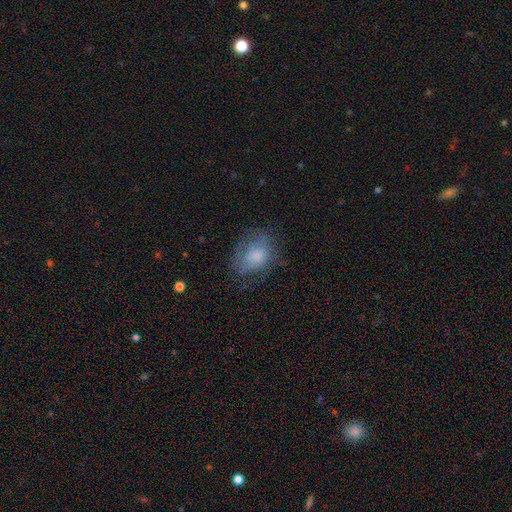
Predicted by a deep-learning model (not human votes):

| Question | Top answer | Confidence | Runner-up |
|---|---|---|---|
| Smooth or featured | smooth | 62% | featured or disk (28%) |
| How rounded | in between | 67% | round (32%) |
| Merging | none | 53% | minor disturbance (26%) |